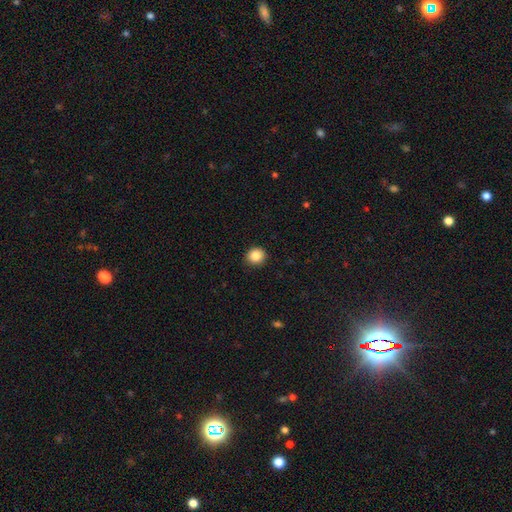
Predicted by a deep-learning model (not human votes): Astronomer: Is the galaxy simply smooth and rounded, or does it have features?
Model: smooth — 87%.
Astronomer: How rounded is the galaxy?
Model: round — 87%.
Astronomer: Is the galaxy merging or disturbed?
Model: none — 90%.